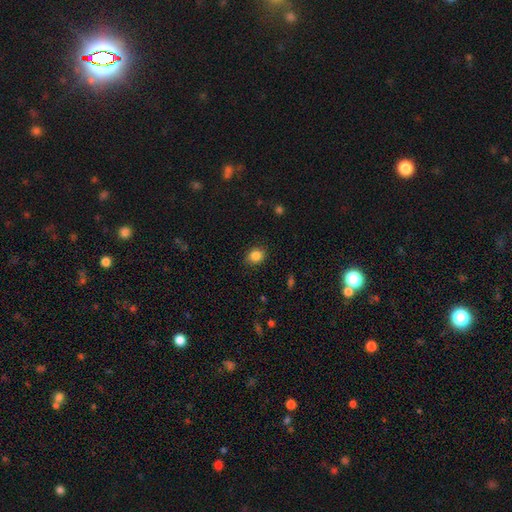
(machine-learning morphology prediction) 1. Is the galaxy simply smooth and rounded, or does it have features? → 84% smooth, 10% star or artifact, 6% featured or disk.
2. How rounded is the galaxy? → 56% round, 43% in between, 1% cigar-shaped.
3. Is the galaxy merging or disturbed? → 86% none, 10% minor disturbance, 2% major disturbance, 1% merger.